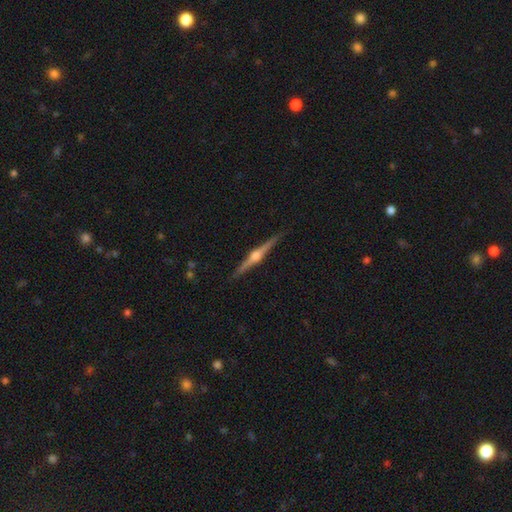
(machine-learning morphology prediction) Overall: featured or disk (84%). Edge-on disk: yes (99%). Edge-on bulge: rounded (94%). Merging: none (91%).